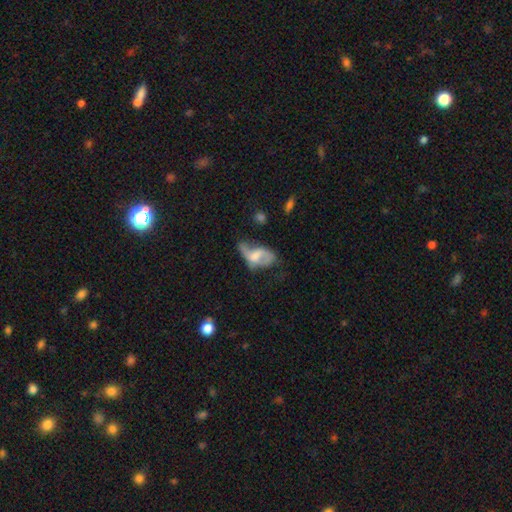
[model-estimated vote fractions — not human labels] featured or disk 55%, smooth 36%, star or artifact 9%. Down the decision tree: edge-on disk — no (95%); bar — no (50%); spiral arms — yes (66%); bulge size — none (31%, tied with moderate); merging — major disturbance (35%).